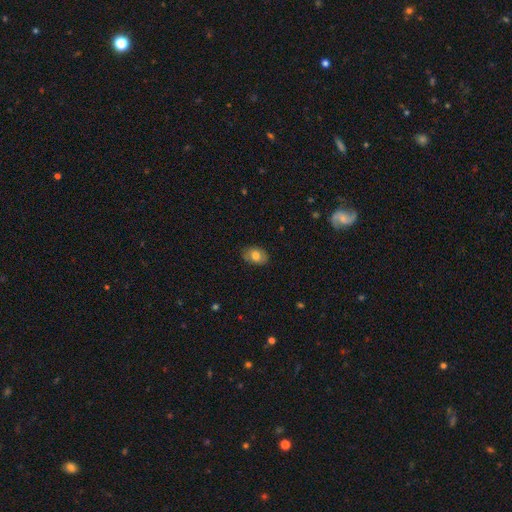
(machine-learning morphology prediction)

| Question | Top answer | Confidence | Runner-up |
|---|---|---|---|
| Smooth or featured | smooth | 77% | featured or disk (15%) |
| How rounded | in between | 79% | round (19%) |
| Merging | none | 84% | minor disturbance (12%) |